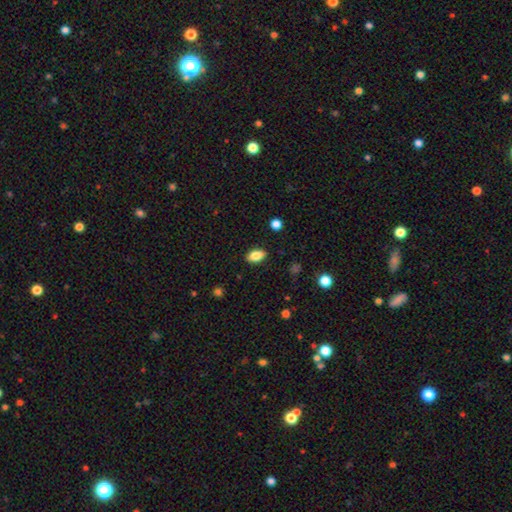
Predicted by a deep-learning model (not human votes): Smooth or featured?
  - smooth: 84% *
  - star or artifact: 8%
  - featured or disk: 8%
How rounded?
  - in between: 90% *
  - round: 7%
  - cigar-shaped: 3%
Merging?
  - none: 87% *
  - minor disturbance: 10%
  - major disturbance: 2%
  - merger: 1%